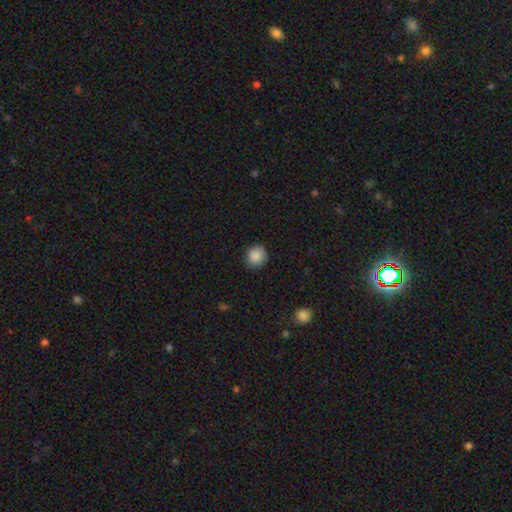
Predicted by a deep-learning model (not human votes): Overall: smooth (88%). How rounded: round (87%). Merging: none (88%).